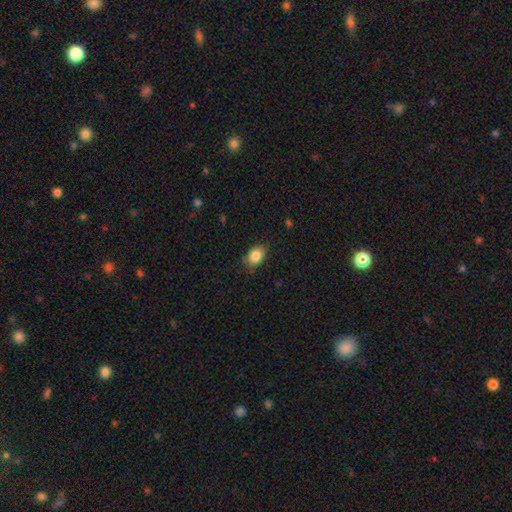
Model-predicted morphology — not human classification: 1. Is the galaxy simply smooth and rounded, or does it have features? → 86% smooth, 8% star or artifact, 6% featured or disk.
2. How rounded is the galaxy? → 77% in between, 21% round, 1% cigar-shaped.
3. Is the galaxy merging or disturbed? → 78% none, 17% minor disturbance, 3% major disturbance, 1% merger.